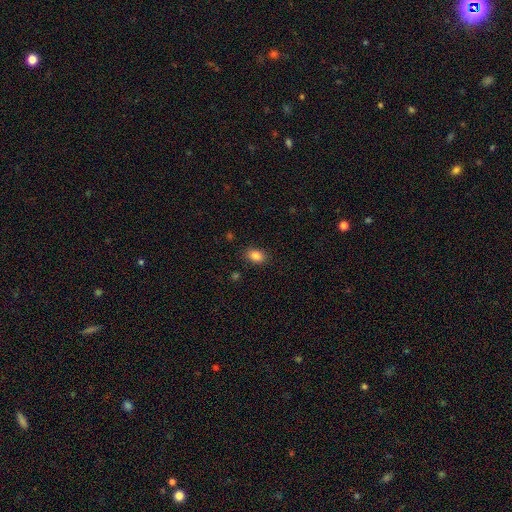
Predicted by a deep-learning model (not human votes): Overall: smooth (85%). How rounded: in between (78%). Merging: none (86%).